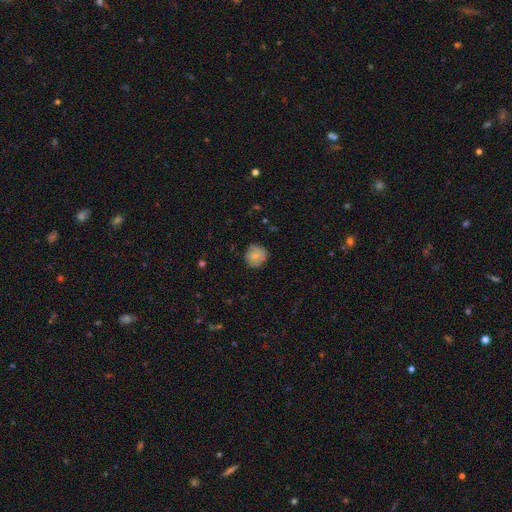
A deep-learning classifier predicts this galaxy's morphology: smooth-or-featured: smooth: 73% | featured or disk: 19% | star or artifact: 8%
  how-rounded: round: 89% | in between: 10% | cigar-shaped: 1%
  merging: none: 77% | minor disturbance: 19% | major disturbance: 4% | merger: 1%